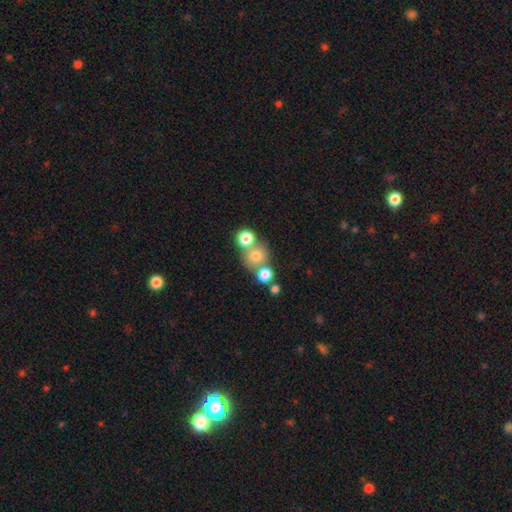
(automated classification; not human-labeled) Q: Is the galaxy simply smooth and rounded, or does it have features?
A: smooth — 73%.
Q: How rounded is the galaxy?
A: round — 82%.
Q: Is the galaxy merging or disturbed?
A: none — 50%.